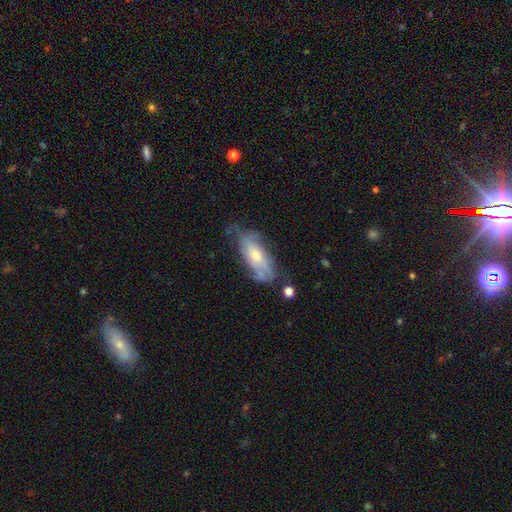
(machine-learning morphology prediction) The model was most divided on "smooth or featured": smooth: 47%, featured or disk: 46%, star or artifact: 7%. More confident: merging — none (50%).